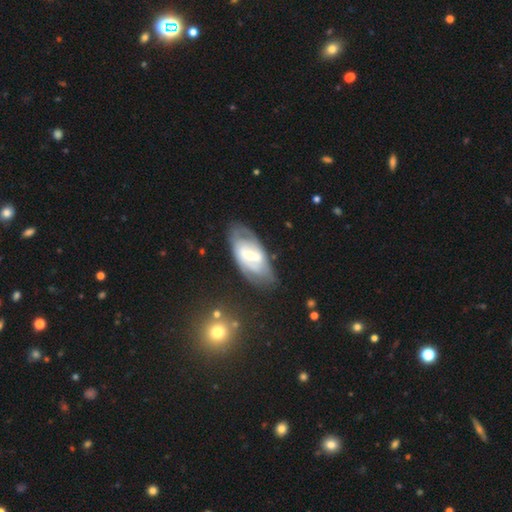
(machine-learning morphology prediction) Smooth or featured? featured or disk (71%)
Edge-on disk? no (92%)
Bar? weak (43%)
Spiral arms? yes (71%)
Bulge size? moderate (46%)
Merging? none (67%)